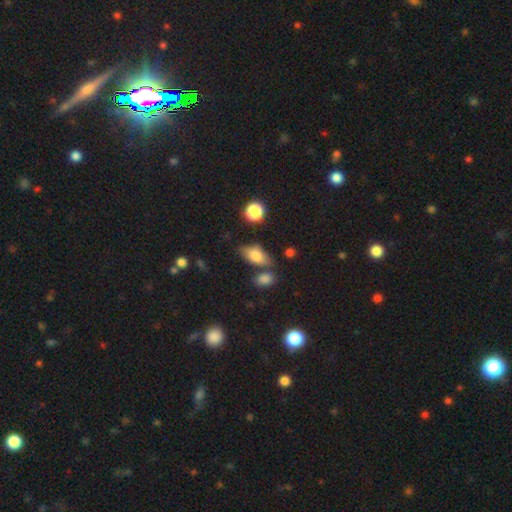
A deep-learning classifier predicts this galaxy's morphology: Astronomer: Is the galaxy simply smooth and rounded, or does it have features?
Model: smooth — 77%.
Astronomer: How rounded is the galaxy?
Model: in between — 86%.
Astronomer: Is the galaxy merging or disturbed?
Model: none — 66%.